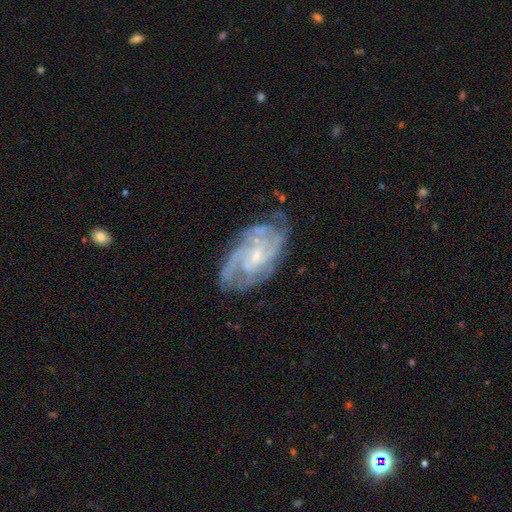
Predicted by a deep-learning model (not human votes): A featured or disk galaxy (85%) with no bar (50%), tight (53%) spiral arms (94%) and a small central bulge (71%).

Vote fractions:
- Smooth or featured? featured or disk: 85% / smooth: 8% / star or artifact: 6%
- Edge-on disk? no: 96% / yes: 4%
- Bar? no: 50% / weak: 41% / strong: 9%
- Spiral arms? yes: 94% / no: 6%
- Spiral winding? tight: 53% / medium: 37% / loose: 10%
- Spiral arm count? can't tell: 33% / 4: 19% / 3: 19% / 2: 17% / more than 4: 7% / 1: 6%
- Bulge size? small: 71% / moderate: 21% / none: 5% / large: 1% / dominant: 1%
- Merging? none: 68% / minor disturbance: 21% / major disturbance: 9% / merger: 2%